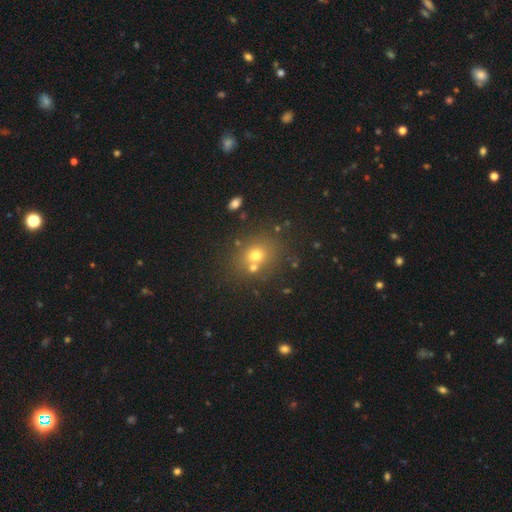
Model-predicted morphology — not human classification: smooth-or-featured: smooth: 66% | star or artifact: 19% | featured or disk: 15%
  how-rounded: round: 73% | in between: 26% | cigar-shaped: 1%
  merging: none: 62% | merger: 24% | minor disturbance: 9% | major disturbance: 4%